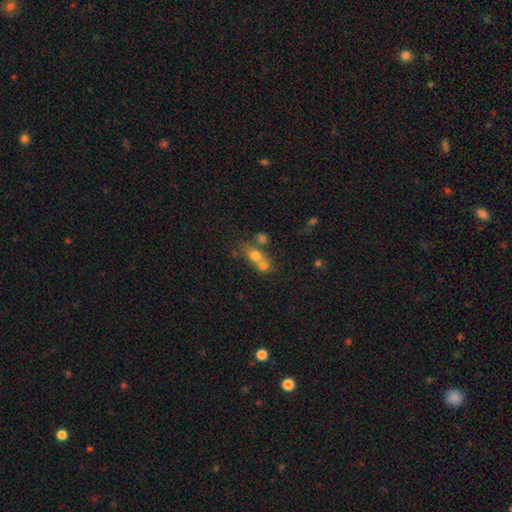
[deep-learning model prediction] Smooth or featured? Predicted: smooth (p=0.68). How rounded? Predicted: round (p=0.48). Merging? Predicted: merger (p=0.62).